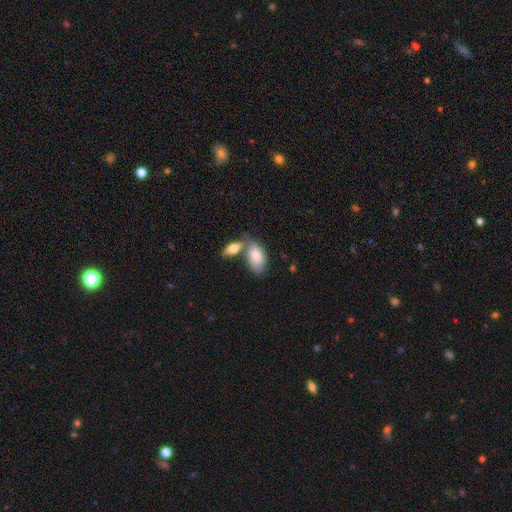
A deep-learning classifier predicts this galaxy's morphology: smooth-or-featured: smooth: 78% | featured or disk: 17% | star or artifact: 6%
  how-rounded: in between: 92% | cigar-shaped: 4% | round: 4%
  merging: merger: 45% | none: 36% | minor disturbance: 14% | major disturbance: 5%